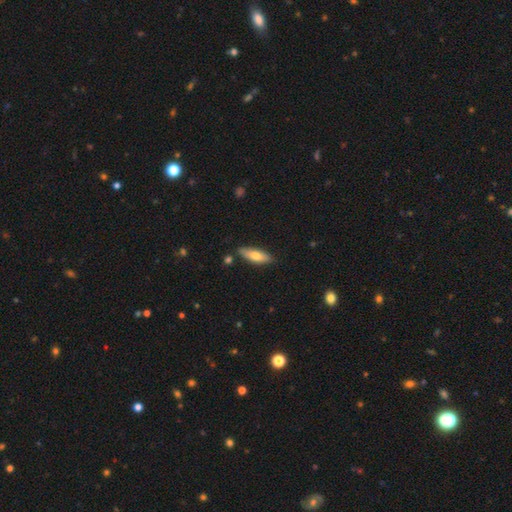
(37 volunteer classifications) This appears to be a smooth galaxy with no disk features (86%) that is in between round and cigar-shaped (72%). Merging: none (75%).